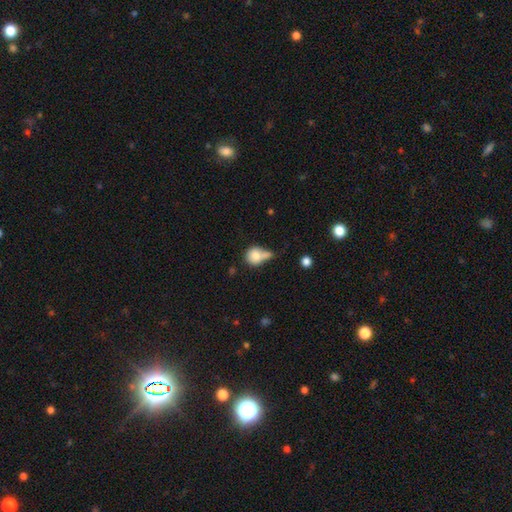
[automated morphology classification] Smooth or featured? smooth (75%)
How rounded? round (67%)
Merging? merger (38%)